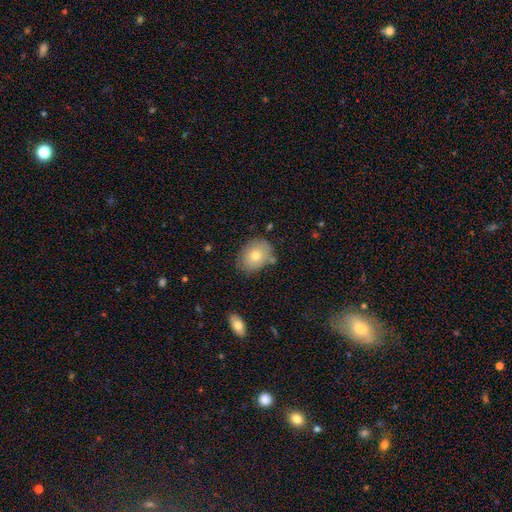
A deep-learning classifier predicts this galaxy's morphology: type=smooth (72%); roundness=in between (65%); merging=none (74%).